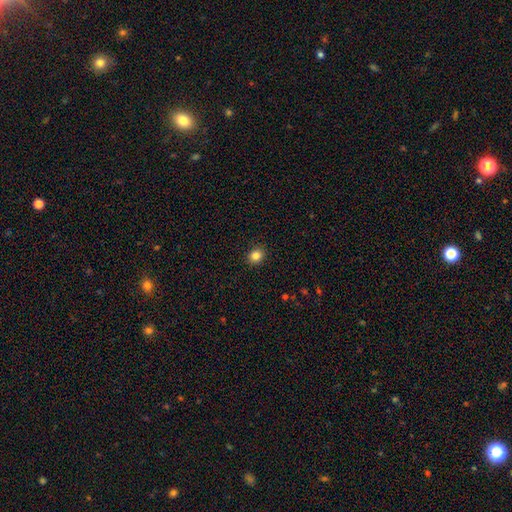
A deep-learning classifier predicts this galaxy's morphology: Smooth or featured? Predicted: smooth (p=0.84). How rounded? Predicted: round (p=0.68). Merging? Predicted: none (p=0.90).